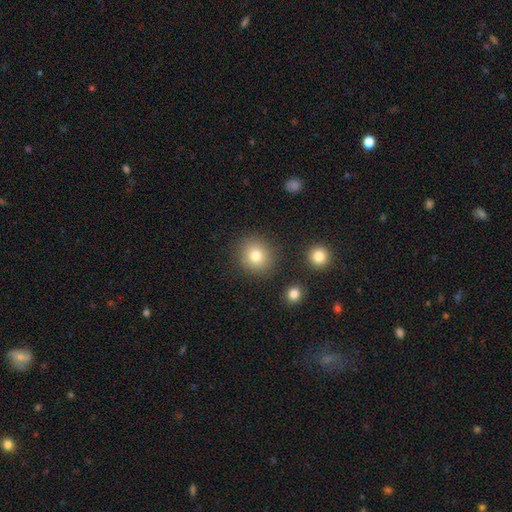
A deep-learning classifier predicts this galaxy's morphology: smooth_or_featured: smooth (p=0.80) [alt: star or artifact p=0.11]
how_rounded: round (p=0.84) [alt: in between p=0.15]
merging: none (p=0.85) [alt: minor disturbance p=0.08]